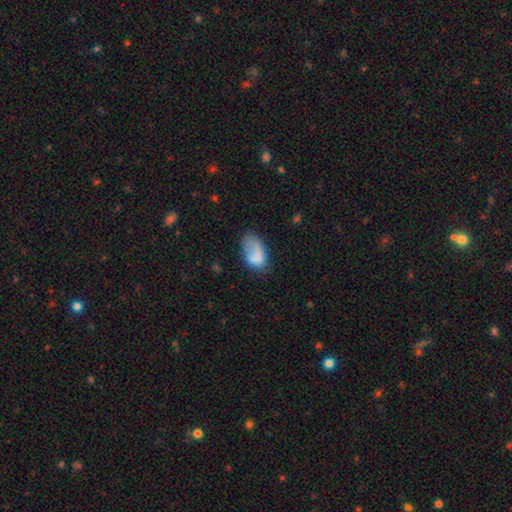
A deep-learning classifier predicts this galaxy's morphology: The model was most divided on "merging": none: 37%, minor disturbance: 31%, major disturbance: 28%, merger: 4%. More confident: how rounded — in between (93%); smooth or featured — smooth (73%).